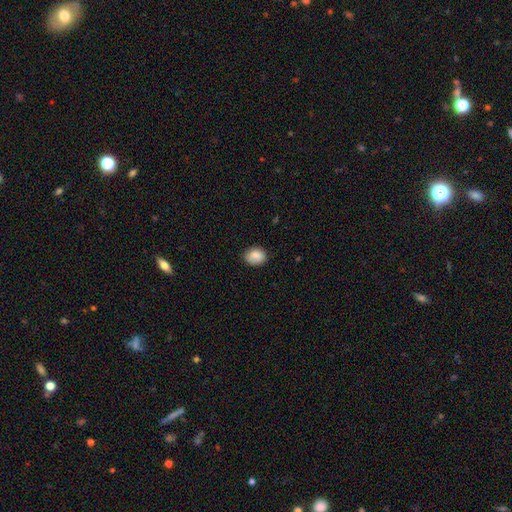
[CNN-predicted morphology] Q: Smooth or featured?
A: smooth (85%); runner-up: star or artifact (8%)
Q: How rounded?
A: in between (54%); runner-up: round (45%)
Q: Merging?
A: none (80%); runner-up: minor disturbance (16%)